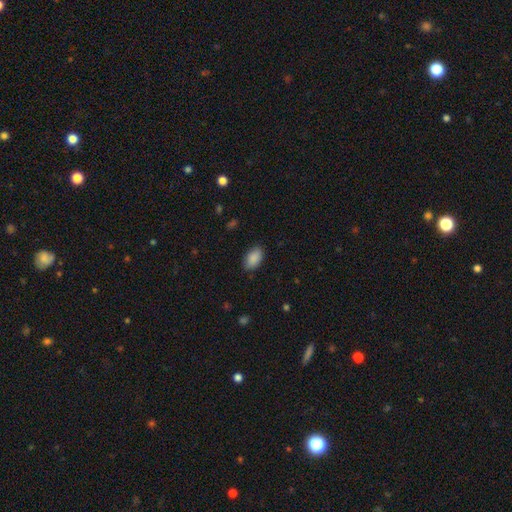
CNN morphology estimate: Smooth or featured? smooth (89%)
How rounded? in between (93%)
Merging? none (86%)